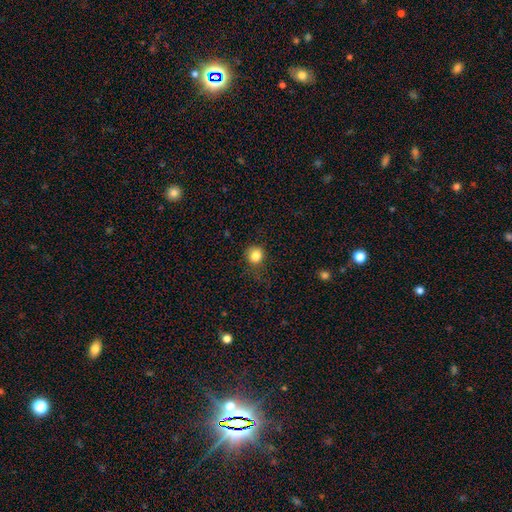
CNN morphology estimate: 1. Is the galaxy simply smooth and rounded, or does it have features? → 83% smooth, 12% star or artifact, 5% featured or disk.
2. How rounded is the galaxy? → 85% round, 14% in between, 1% cigar-shaped.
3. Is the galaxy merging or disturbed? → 73% none, 18% minor disturbance, 7% major disturbance, 1% merger.